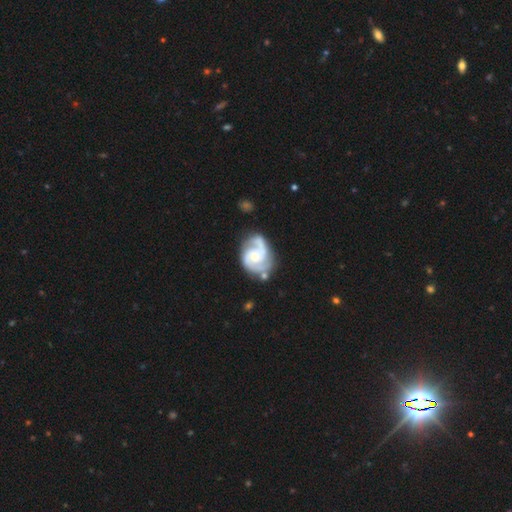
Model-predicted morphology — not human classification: The model was most divided on "bulge size": moderate: 41%, small: 39%, none: 12%, large: 7%, dominant: 1%. More confident: edge-on disk — no (98%); spiral arms — yes (98%); smooth or featured — featured or disk (90%); spiral arm count — 2 (80%); merging — none (67%); bar — no (53%); spiral winding — medium (52%).